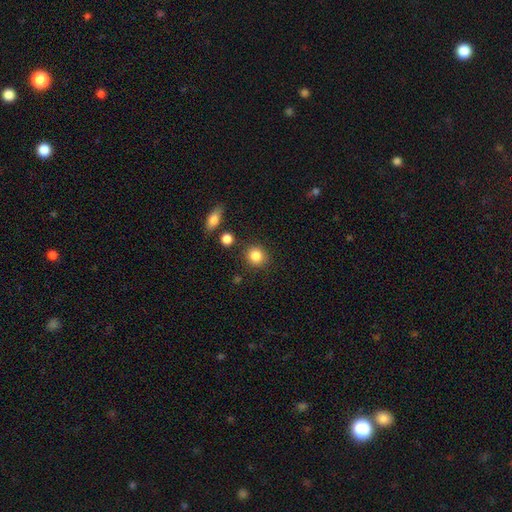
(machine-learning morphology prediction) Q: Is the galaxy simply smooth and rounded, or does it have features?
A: smooth — 85%.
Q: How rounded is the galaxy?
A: round — 88%.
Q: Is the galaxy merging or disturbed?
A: none — 85%.